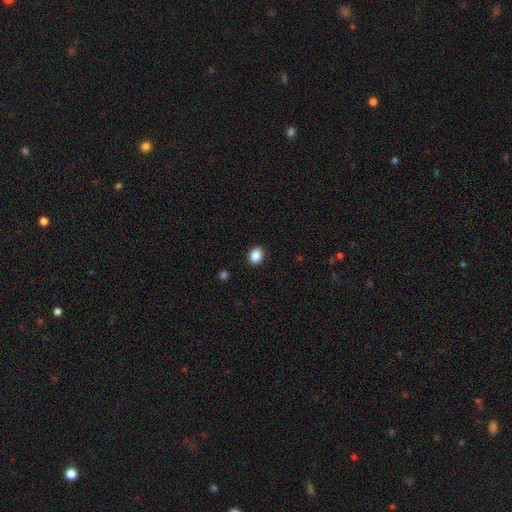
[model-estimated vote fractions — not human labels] Smooth or featured: smooth — 88% (star or artifact — 9%)
How rounded: in between — 53% (round — 46%)
Merging: none — 90% (minor disturbance — 7%)